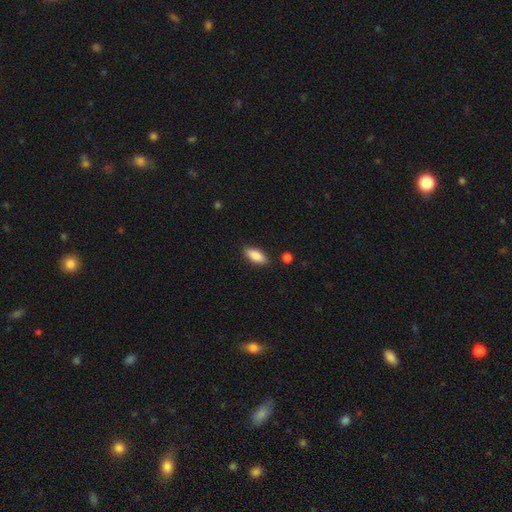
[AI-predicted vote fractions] Overall: smooth (84%). How rounded: in between (81%). Merging: none (86%).